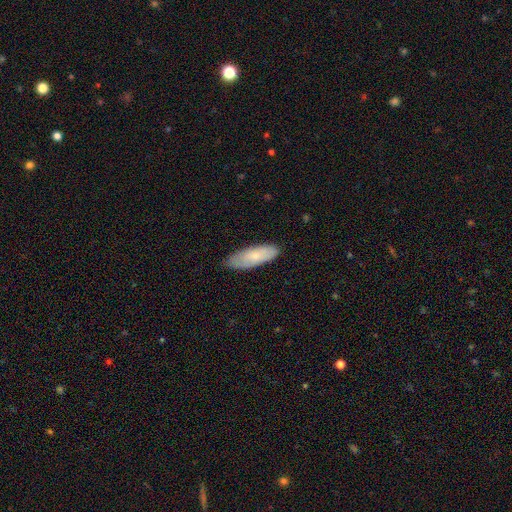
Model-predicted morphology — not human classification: The model was most divided on "how rounded": in between: 64%, cigar-shaped: 34%, round: 2%. More confident: merging — none (75%); smooth or featured — smooth (71%).